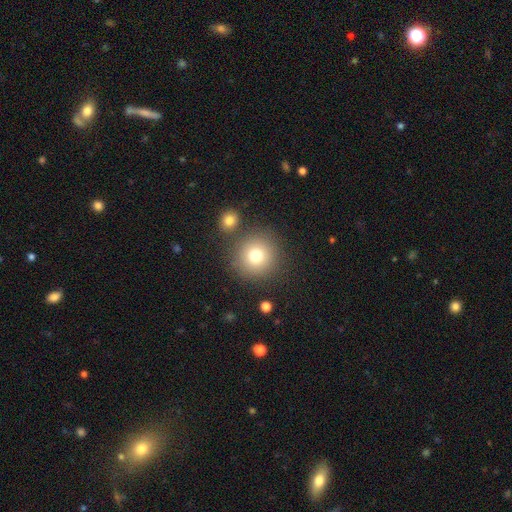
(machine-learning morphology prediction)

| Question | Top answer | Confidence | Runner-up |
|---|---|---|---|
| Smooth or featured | smooth | 76% | star or artifact (13%) |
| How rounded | round | 94% | in between (5%) |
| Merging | none | 81% | merger (8%) |